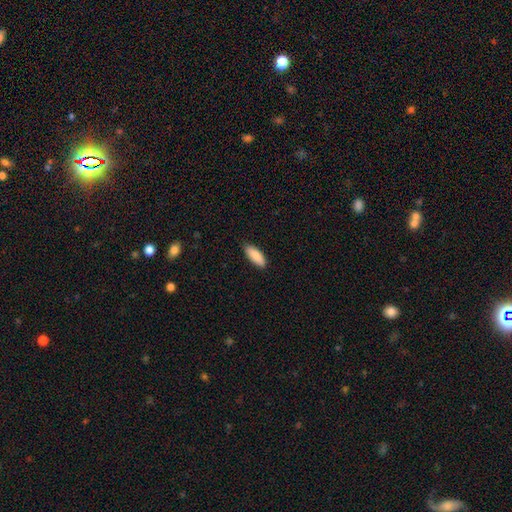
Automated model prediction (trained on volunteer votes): Overall: smooth (89%). How rounded: in between (75%). Merging: none (88%).